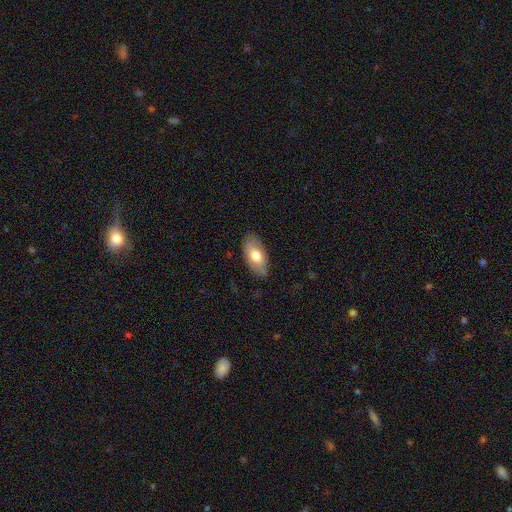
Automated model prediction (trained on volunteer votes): A smooth galaxy with no disk features (67%) that is in between round and cigar-shaped (93%). Merging: none (81%).